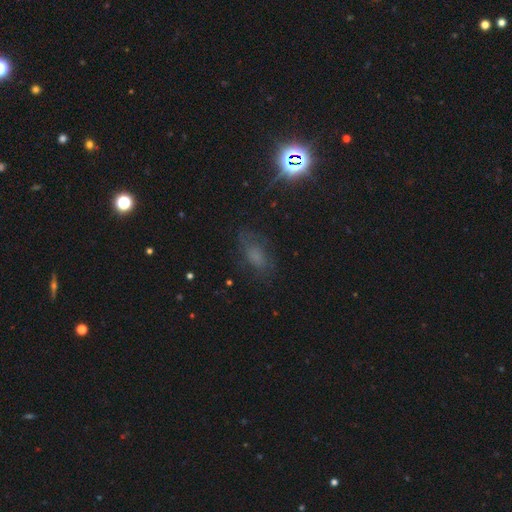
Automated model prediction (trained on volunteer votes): Smooth or featured: smooth — 46% (star or artifact — 29%)
Merging: none — 65% (minor disturbance — 20%)